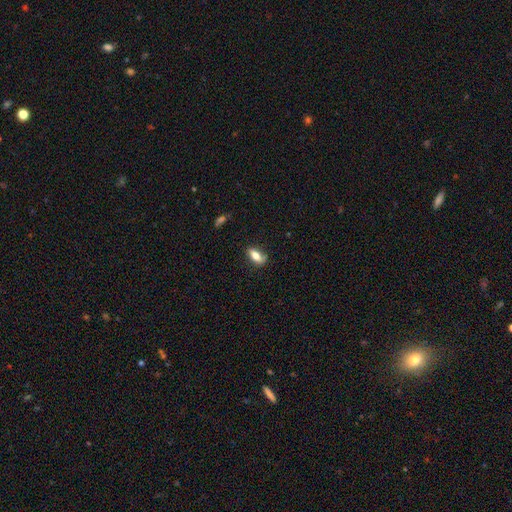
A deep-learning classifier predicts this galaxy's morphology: smooth_or_featured: smooth (p=0.76) [alt: featured or disk p=0.16]
how_rounded: in between (p=0.82) [alt: cigar-shaped p=0.13]
merging: none (p=0.71) [alt: minor disturbance p=0.21]